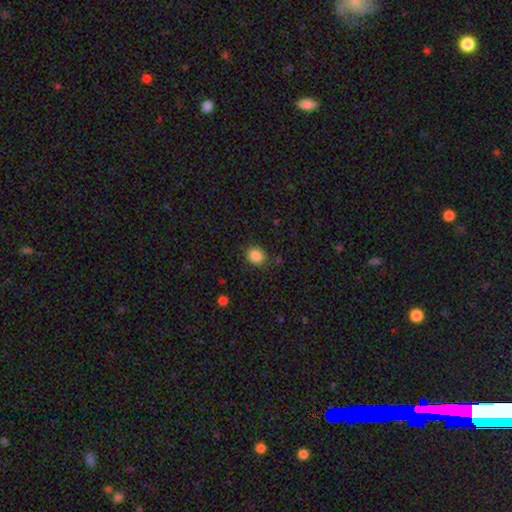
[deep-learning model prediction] Q: Smooth or featured?
A: smooth (87%); runner-up: star or artifact (10%)
Q: How rounded?
A: round (63%); runner-up: in between (36%)
Q: Merging?
A: none (83%); runner-up: minor disturbance (12%)